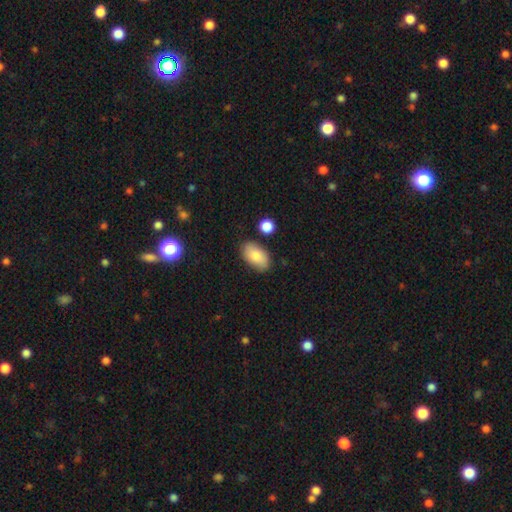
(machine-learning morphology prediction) This appears to be a smooth galaxy with no disk features (82%) that is in between round and cigar-shaped (93%). Merging: none (80%).